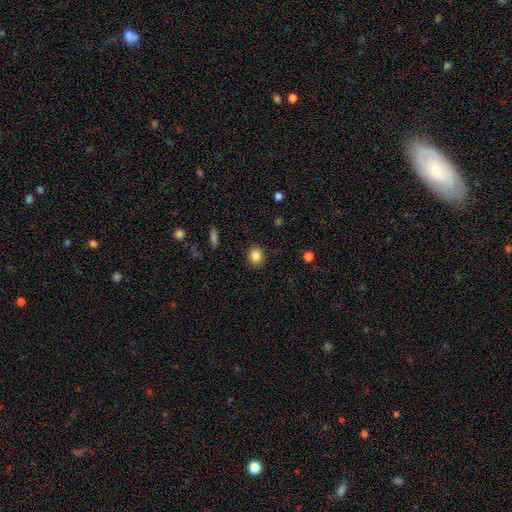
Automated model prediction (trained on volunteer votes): A smooth galaxy with no disk features (85%) that is round (68%). Merging: none (88%).